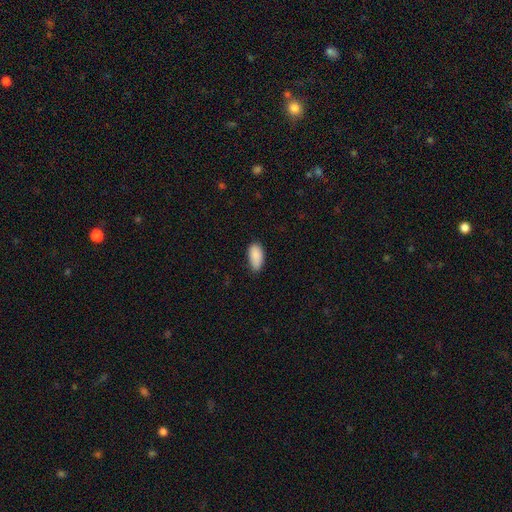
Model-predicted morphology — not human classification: Smooth or featured?
  - smooth: 89% *
  - star or artifact: 7%
  - featured or disk: 4%
How rounded?
  - in between: 93% *
  - cigar-shaped: 5%
  - round: 2%
Merging?
  - none: 72% *
  - minor disturbance: 23%
  - major disturbance: 3%
  - merger: 1%